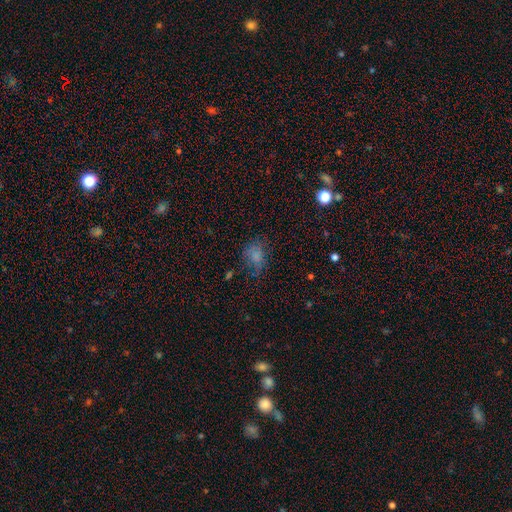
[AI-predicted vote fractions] Smooth or featured?
  - smooth: 69% *
  - star or artifact: 19%
  - featured or disk: 12%
How rounded?
  - in between: 61% *
  - round: 37%
  - cigar-shaped: 2%
Merging?
  - none: 62% *
  - minor disturbance: 23%
  - major disturbance: 13%
  - merger: 3%